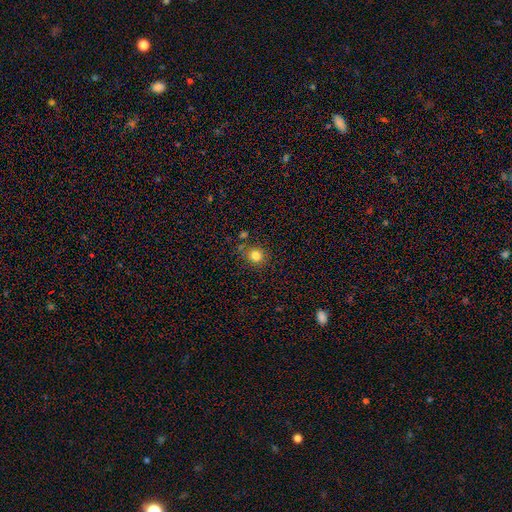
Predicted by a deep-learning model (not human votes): Smooth or featured?
  - smooth: 81% *
  - star or artifact: 13%
  - featured or disk: 6%
How rounded?
  - round: 87% *
  - in between: 12%
  - cigar-shaped: 1%
Merging?
  - none: 79% *
  - minor disturbance: 11%
  - merger: 6%
  - major disturbance: 3%